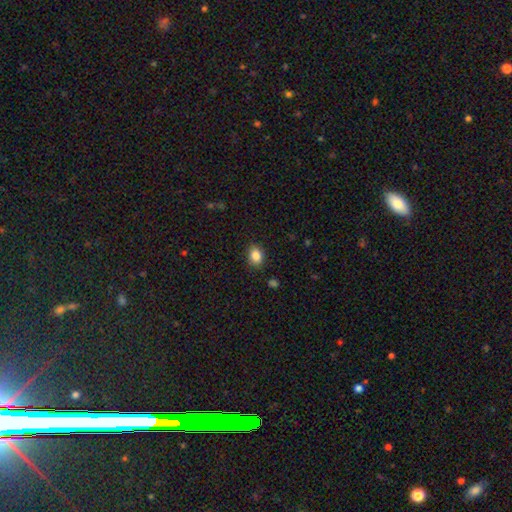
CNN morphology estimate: The model was most divided on "how rounded": in between: 58%, round: 41%, cigar-shaped: 1%. More confident: merging — none (87%); smooth or featured — smooth (86%).